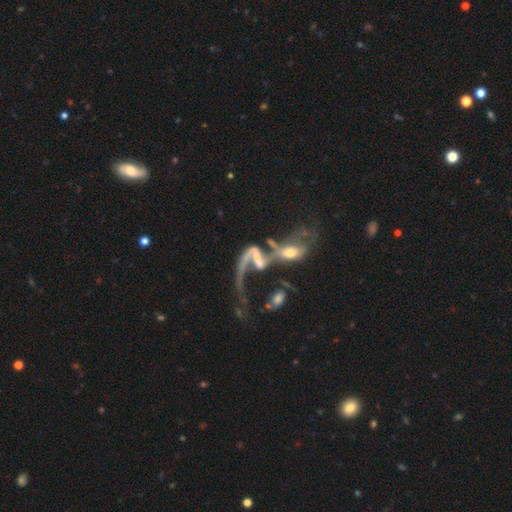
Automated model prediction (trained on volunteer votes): A featured or disk galaxy (76%) with no bar (35%), 2 (46%) loose (81%) spiral arms (76%) and a small central bulge (32%, tied with none).

Vote fractions:
- Smooth or featured? featured or disk: 76% / smooth: 15% / star or artifact: 9%
- Edge-on disk? no: 93% / yes: 7%
- Bar? no: 35% / weak: 33% / strong: 32%
- Spiral arms? yes: 76% / no: 24%
- Spiral winding? loose: 81% / medium: 14% / tight: 5%
- Spiral arm count? 2: 46% / 1: 44% / can't tell: 7% / 3: 1% / 4: 1% / more than 4: 1%
- Bulge size? small: 32% (tied) / none: 32% (tied) / moderate: 27% / large: 6% / dominant: 2%
- Merging? merger: 62% / major disturbance: 20% / none: 11% / minor disturbance: 6%